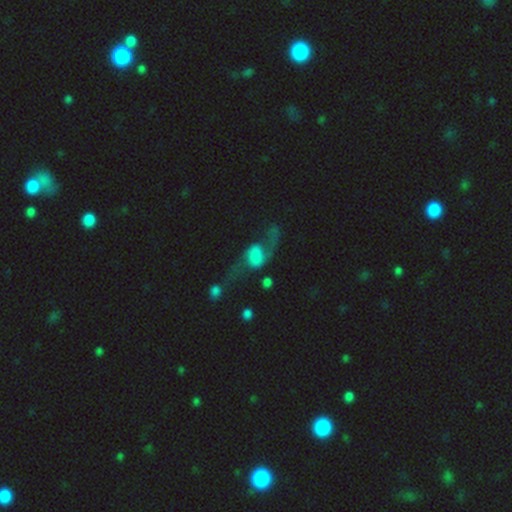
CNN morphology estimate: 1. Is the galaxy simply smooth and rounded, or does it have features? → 69% featured or disk, 23% smooth, 8% star or artifact.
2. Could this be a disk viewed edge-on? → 94% no, 6% yes.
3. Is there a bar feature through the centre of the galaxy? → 53% no, 31% weak, 15% strong.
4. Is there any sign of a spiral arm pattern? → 89% yes, 11% no.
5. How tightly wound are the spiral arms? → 85% loose, 12% medium, 3% tight.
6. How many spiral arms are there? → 91% 2, 4% 1, 2% can't tell, 1% 3, 1% 4, 1% more than 4.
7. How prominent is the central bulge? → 30% none, 29% large, 16% dominant, 13% moderate, 13% small.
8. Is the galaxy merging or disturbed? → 40% none, 31% major disturbance, 17% minor disturbance, 12% merger.